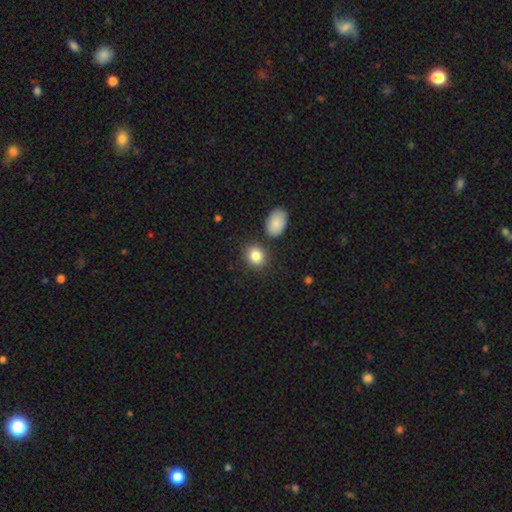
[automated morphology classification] Overall: smooth (85%). How rounded: round (65%; in between 34%). Merging: none (79%).